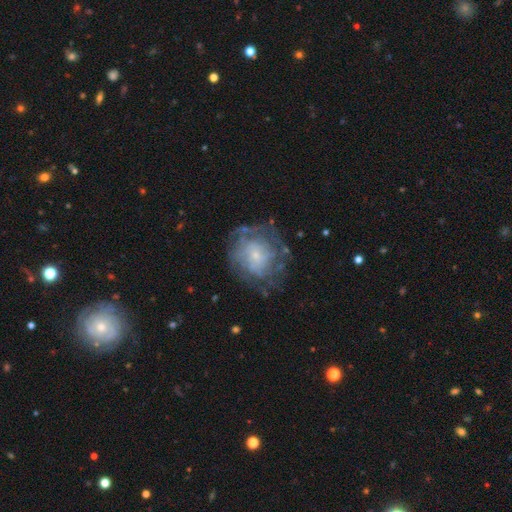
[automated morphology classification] Smooth or featured?
  - featured or disk: 64% *
  - smooth: 27%
  - star or artifact: 9%
Edge-on disk?
  - no: 97% *
  - yes: 3%
Bar?
  - no: 79% *
  - weak: 18%
  - strong: 3%
Spiral arms?
  - yes: 62% *
  - no: 38%
Bulge size?
  - small: 76% *
  - moderate: 15%
  - none: 5%
  - large: 2%
  - dominant: 1%
Merging?
  - none: 64% *
  - minor disturbance: 19%
  - major disturbance: 15%
  - merger: 2%